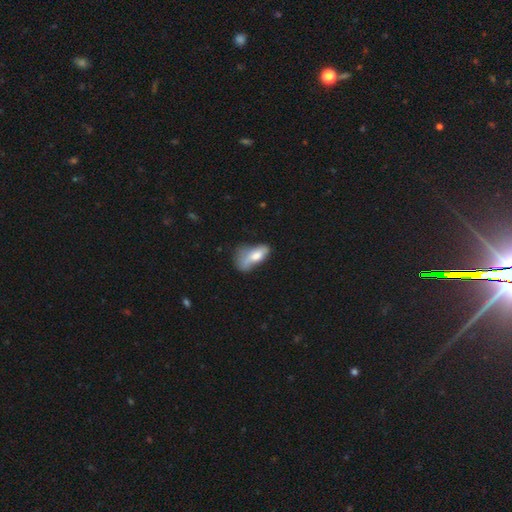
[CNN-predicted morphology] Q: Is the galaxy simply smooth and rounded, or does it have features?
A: smooth — 63%.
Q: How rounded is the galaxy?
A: in between — 82%.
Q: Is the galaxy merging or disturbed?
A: major disturbance — 34%.